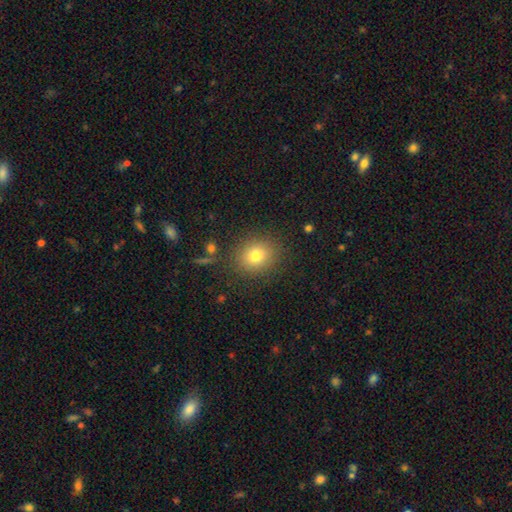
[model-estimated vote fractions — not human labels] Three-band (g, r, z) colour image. It shows a smooth galaxy with no disk features (78%) that is round (71%). Merging: none (86%).